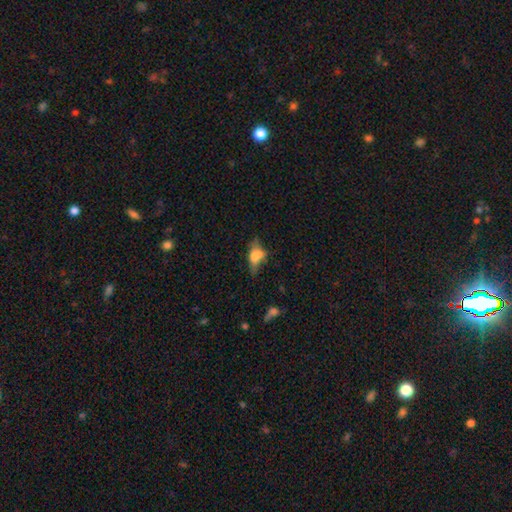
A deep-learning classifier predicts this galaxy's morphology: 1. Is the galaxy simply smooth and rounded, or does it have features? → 54% smooth, 34% featured or disk, 11% star or artifact.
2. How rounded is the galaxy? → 75% in between, 17% cigar-shaped, 8% round.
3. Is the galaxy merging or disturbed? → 37% none, 25% minor disturbance, 21% major disturbance, 17% merger.